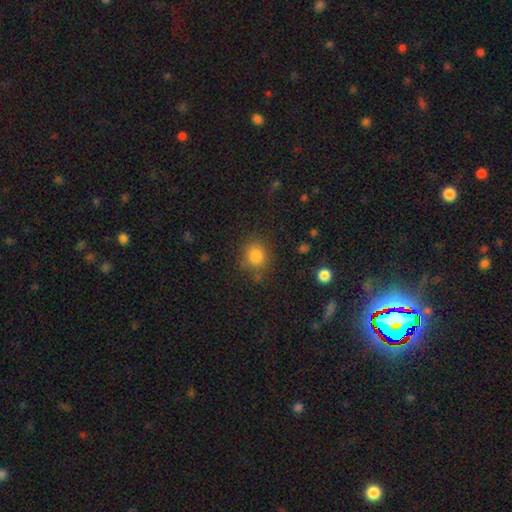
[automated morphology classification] Smooth or featured?
  - smooth: 83% *
  - star or artifact: 12%
  - featured or disk: 6%
How rounded?
  - round: 77% *
  - in between: 22%
  - cigar-shaped: 1%
Merging?
  - none: 77% *
  - minor disturbance: 14%
  - major disturbance: 5%
  - merger: 3%